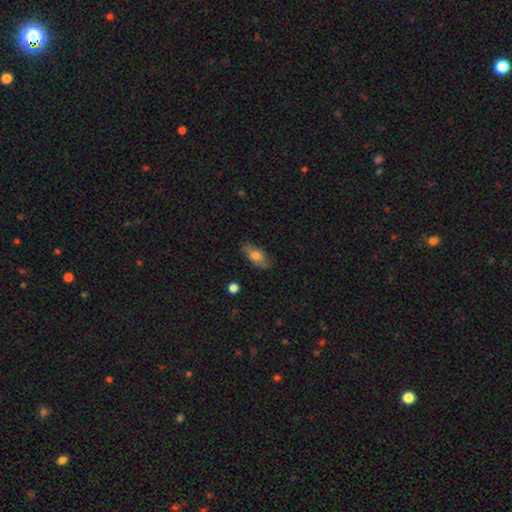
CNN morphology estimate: A smooth galaxy with no disk features (66%) that is in between round and cigar-shaped (85%). Merging: none (80%).